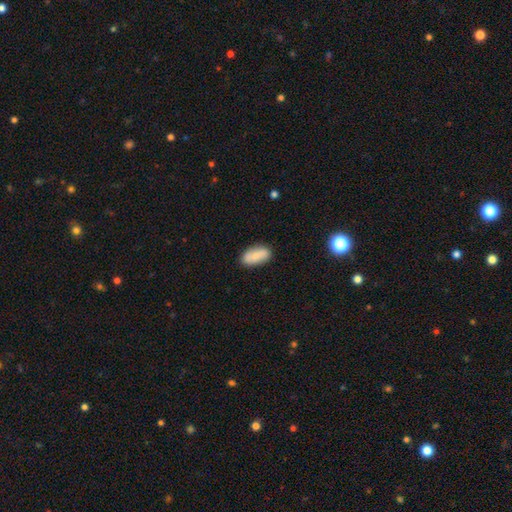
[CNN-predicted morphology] Q: Smooth or featured?
A: smooth (72%); runner-up: featured or disk (21%)
Q: How rounded?
A: in between (90%); runner-up: cigar-shaped (7%)
Q: Merging?
A: none (83%); runner-up: minor disturbance (13%)